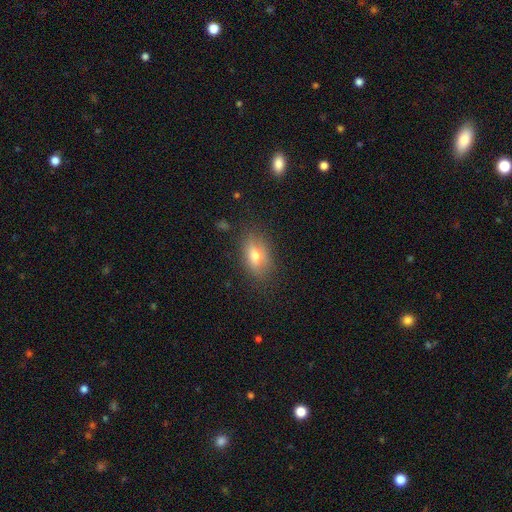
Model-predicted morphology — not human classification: Q: Smooth or featured?
A: smooth (63%); runner-up: featured or disk (27%)
Q: How rounded?
A: in between (81%); runner-up: round (11%)
Q: Merging?
A: none (77%); runner-up: minor disturbance (16%)